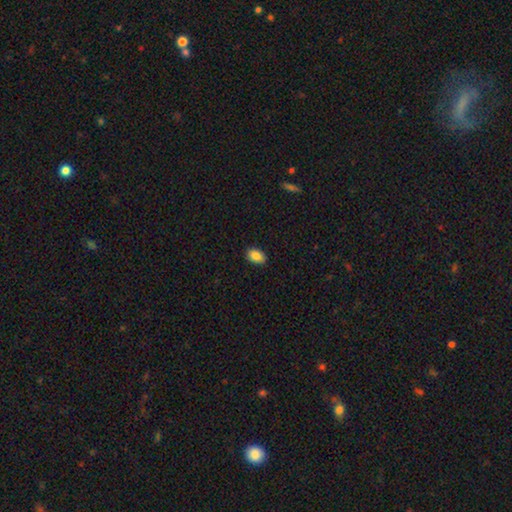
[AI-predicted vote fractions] This is clearly a smooth galaxy (87%). How rounded: clearly in between (89%). Merging: clearly none (89%).